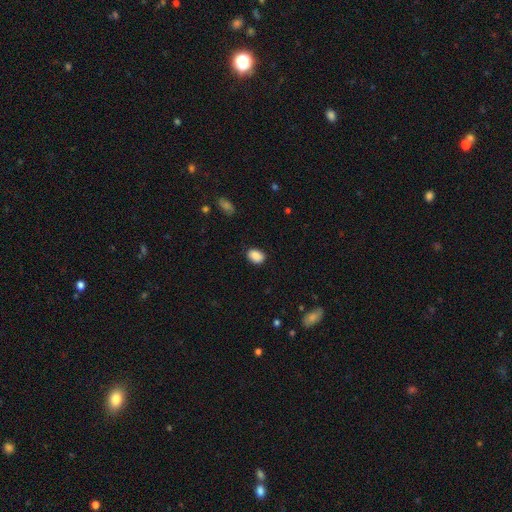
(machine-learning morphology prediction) type=smooth (88%); roundness=in between (74%); merging=none (84%).